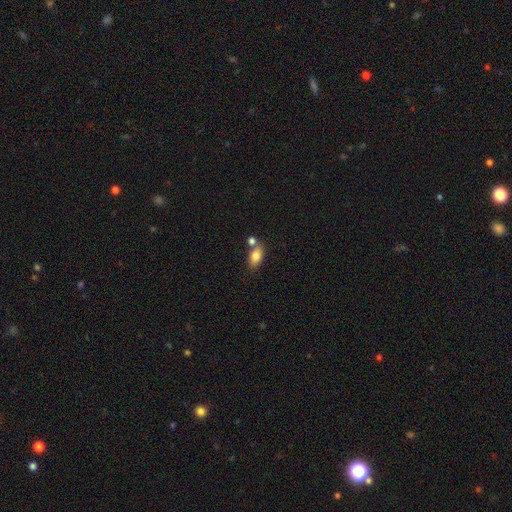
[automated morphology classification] A smooth galaxy with no disk features (83%) that is in between round and cigar-shaped (87%).

Vote fractions:
- Smooth or featured? smooth: 83% / featured or disk: 9% / star or artifact: 8%
- How rounded? in between: 87% / round: 9% / cigar-shaped: 4%
- Merging? none: 60% / merger: 23% / minor disturbance: 13% / major disturbance: 4%